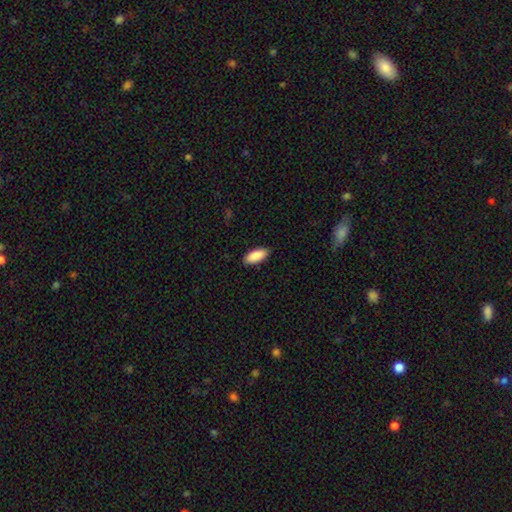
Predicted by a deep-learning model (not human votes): This appears to be a smooth galaxy with no disk features (90%) that is in between round and cigar-shaped (86%). Merging: none (88%).